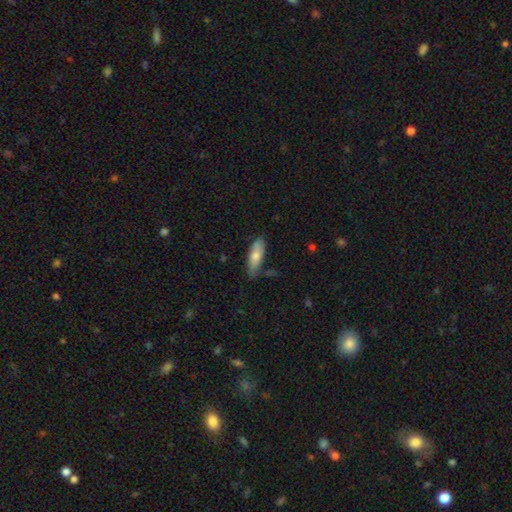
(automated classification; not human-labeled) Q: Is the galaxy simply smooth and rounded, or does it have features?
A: smooth — 71%.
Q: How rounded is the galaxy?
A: in between — 62%.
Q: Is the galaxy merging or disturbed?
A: none — 72%.